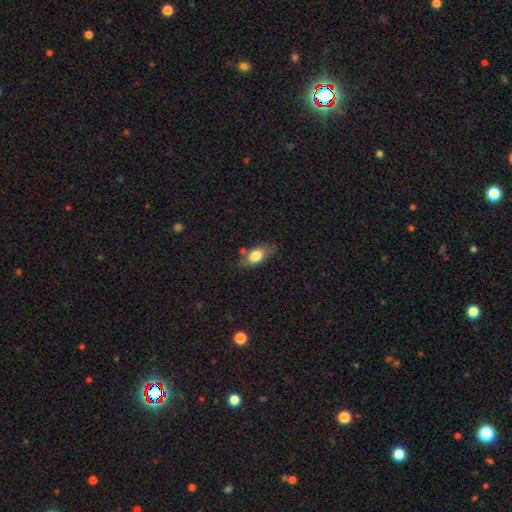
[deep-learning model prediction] Overall: smooth (74%). How rounded: in between (84%). Merging: none (69%).